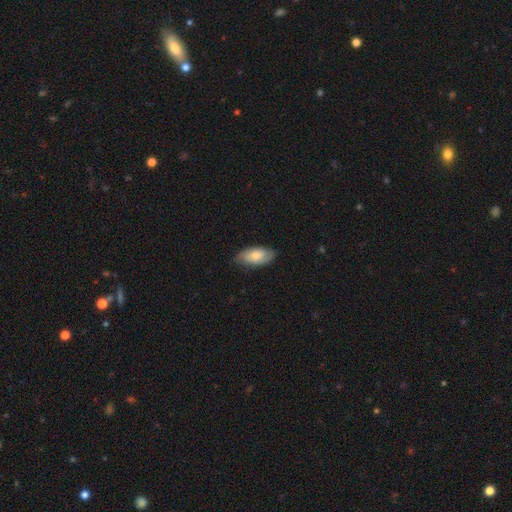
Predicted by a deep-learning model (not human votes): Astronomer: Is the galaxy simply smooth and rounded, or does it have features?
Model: smooth — 65%.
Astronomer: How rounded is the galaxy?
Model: in between — 91%.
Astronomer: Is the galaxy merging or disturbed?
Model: none — 79%.